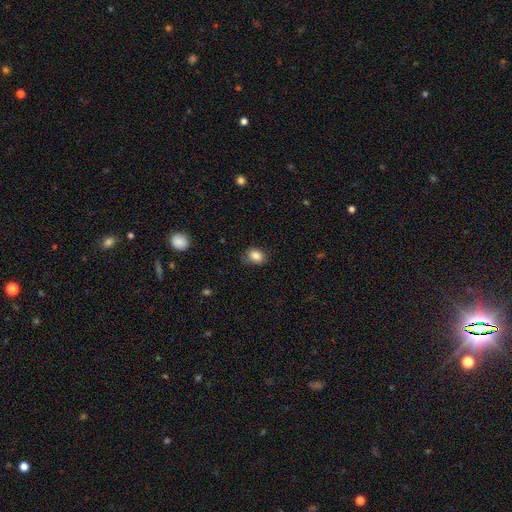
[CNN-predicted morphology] type=smooth (85%); roundness=in between (65%); merging=none (73%).